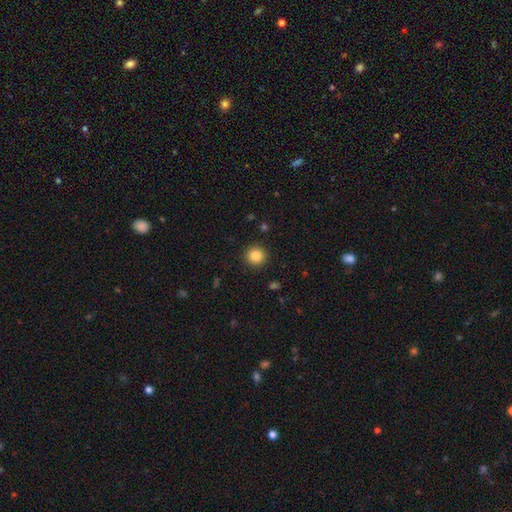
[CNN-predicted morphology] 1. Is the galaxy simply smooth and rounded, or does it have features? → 85% smooth, 11% star or artifact, 5% featured or disk.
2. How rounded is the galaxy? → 94% round, 5% in between, 1% cigar-shaped.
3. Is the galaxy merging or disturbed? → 92% none, 5% minor disturbance, 2% major disturbance, 1% merger.